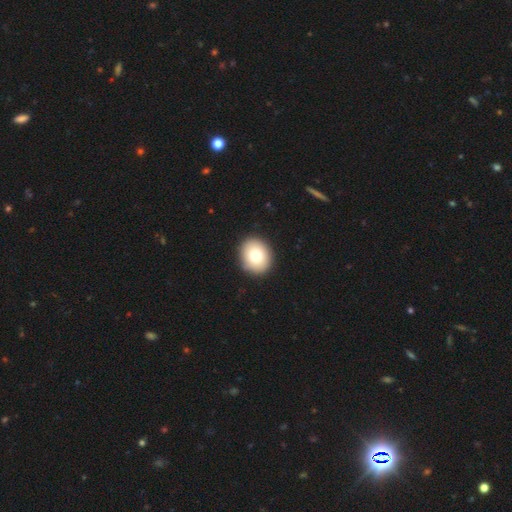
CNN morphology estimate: Smooth or featured?
  - smooth: 77% *
  - featured or disk: 14%
  - star or artifact: 9%
How rounded?
  - round: 69% *
  - in between: 30%
  - cigar-shaped: 1%
Merging?
  - none: 91% *
  - minor disturbance: 6%
  - major disturbance: 2%
  - merger: 1%